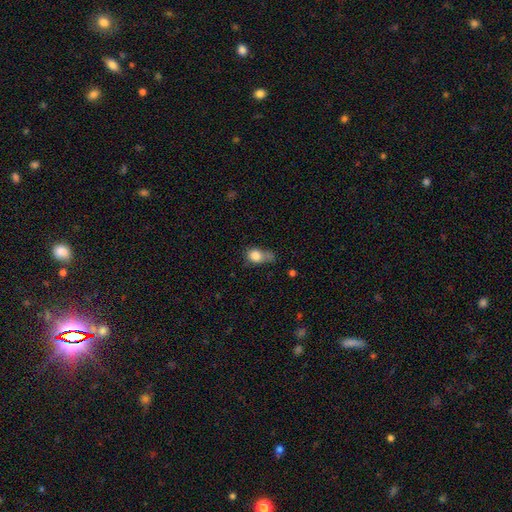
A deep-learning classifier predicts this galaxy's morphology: smooth_or_featured: smooth (p=0.80) [alt: featured or disk p=0.10]
how_rounded: in between (p=0.51) [alt: round p=0.46]
merging: minor disturbance (p=0.33) [alt: none p=0.30]